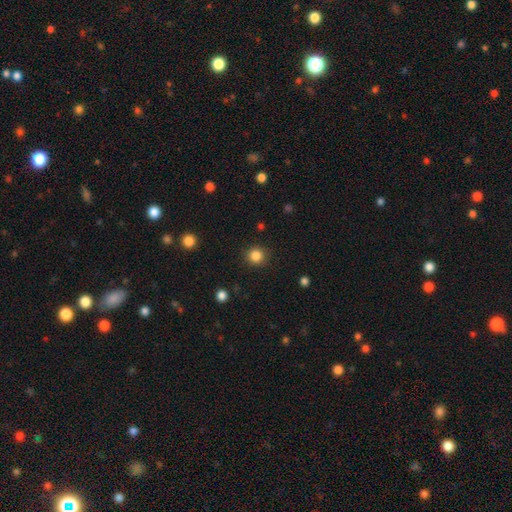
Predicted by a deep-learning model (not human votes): This appears to be a smooth galaxy with no disk features (85%) that is round (93%). Merging: none (90%).